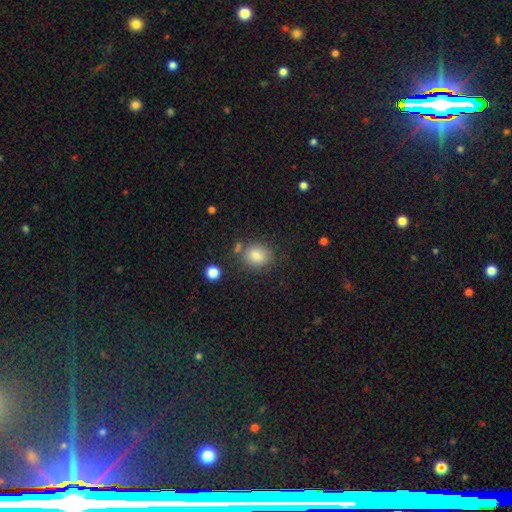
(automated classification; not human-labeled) This is clearly a smooth galaxy (83%). How rounded: likely round (64%). Merging: likely none (74%).